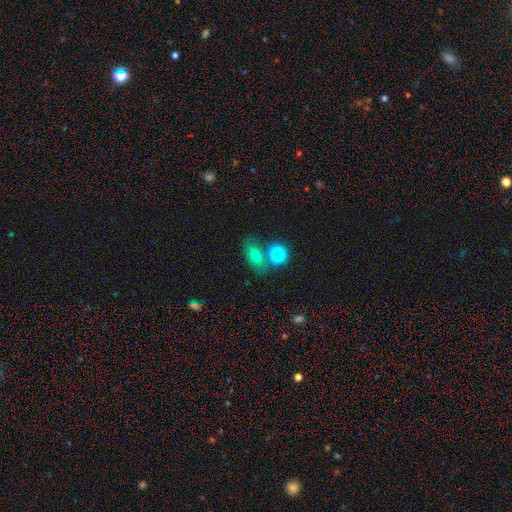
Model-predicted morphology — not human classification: A smooth galaxy with no disk features (67%) that is in between round and cigar-shaped (73%). Merging: none (61%).